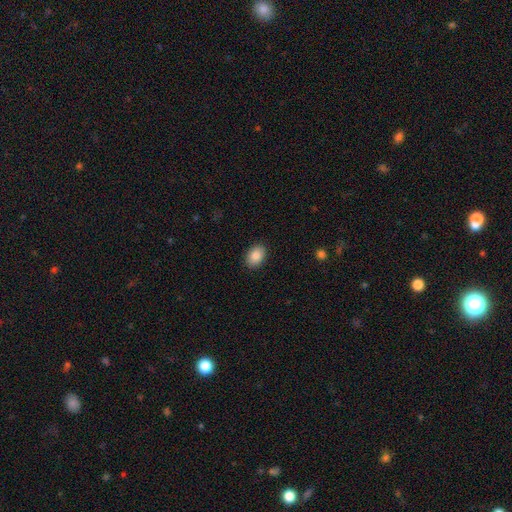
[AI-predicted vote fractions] smooth_or_featured: smooth (p=0.88) [alt: star or artifact p=0.07]
how_rounded: in between (p=0.81) [alt: round p=0.18]
merging: none (p=0.89) [alt: minor disturbance p=0.08]